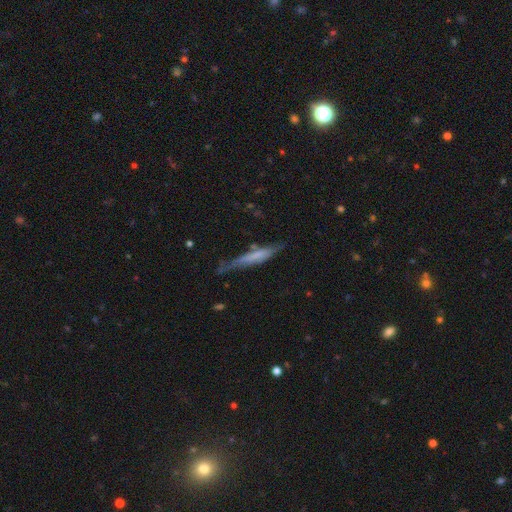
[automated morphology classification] Overall: smooth (48%; featured or disk 45%). Merging: none (61%; minor disturbance 26%).